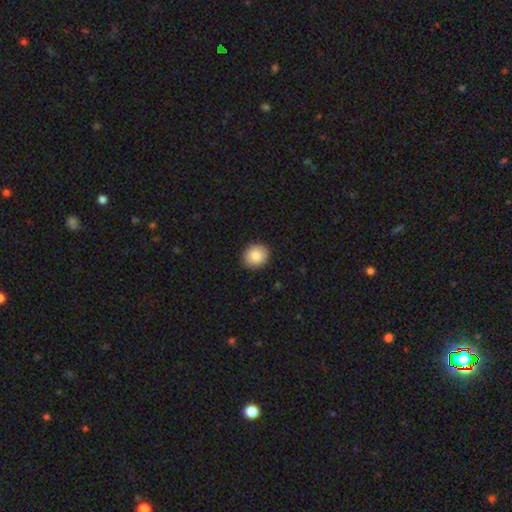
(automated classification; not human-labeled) Morphology: type=smooth (85%); roundness=round (81%); merging=none (90%).